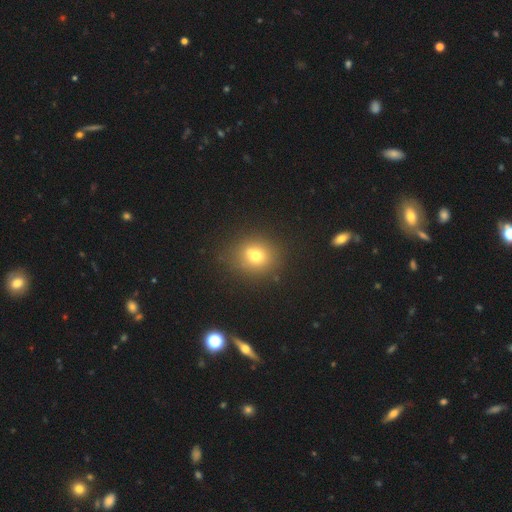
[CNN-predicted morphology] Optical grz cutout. It shows a smooth galaxy with no disk features (68%) that is round (81%). Merging: none (65%).